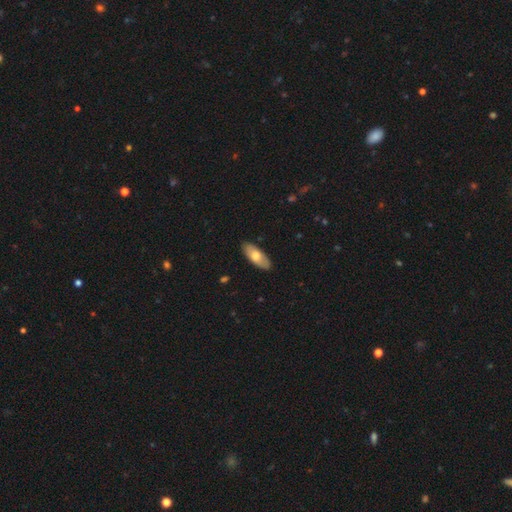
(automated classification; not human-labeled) The model was most divided on "smooth or featured": smooth: 69%, featured or disk: 26%, star or artifact: 5%. More confident: merging — none (88%); how rounded — in between (81%).